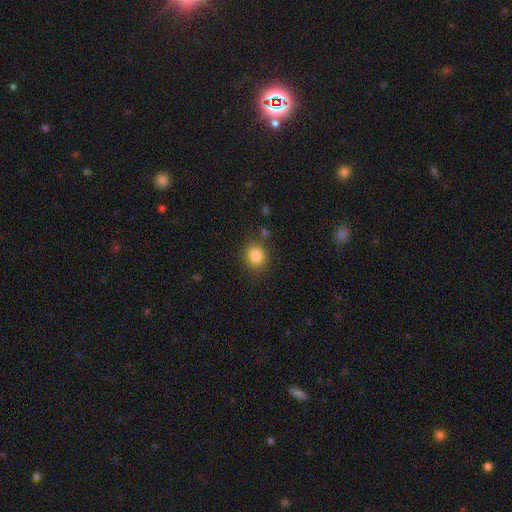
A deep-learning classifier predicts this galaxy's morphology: The model was most divided on "how rounded": round: 79%, in between: 20%, cigar-shaped: 1%. More confident: smooth or featured — smooth (84%); merging — none (83%).